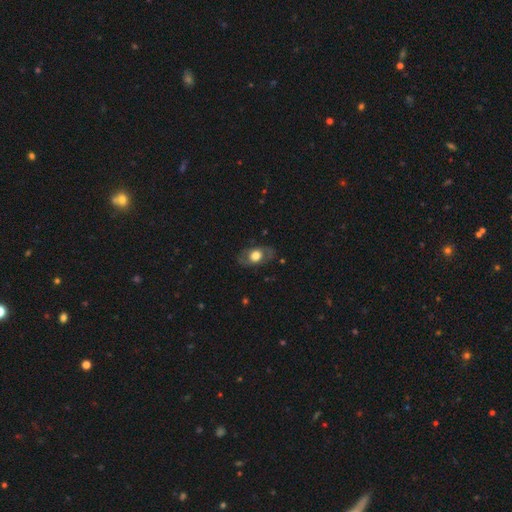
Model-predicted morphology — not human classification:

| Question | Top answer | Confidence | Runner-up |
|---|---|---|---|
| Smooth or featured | smooth | 49% | featured or disk (44%) |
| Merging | none | 76% | minor disturbance (15%) |